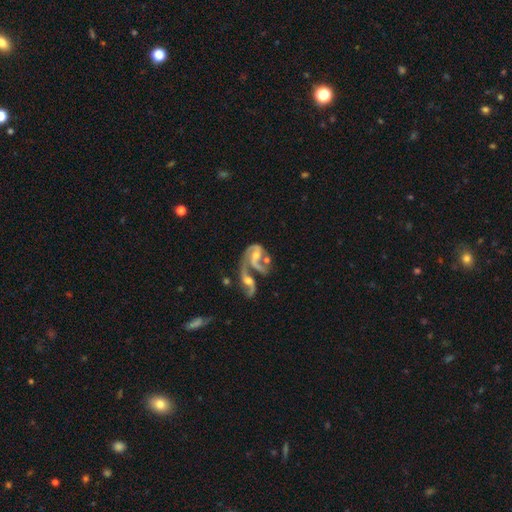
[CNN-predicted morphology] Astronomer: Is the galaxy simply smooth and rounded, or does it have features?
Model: featured or disk — 80%.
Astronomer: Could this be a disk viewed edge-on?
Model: no — 97%.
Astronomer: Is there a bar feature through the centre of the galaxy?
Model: no — 52% (runner-up: weak, 35%).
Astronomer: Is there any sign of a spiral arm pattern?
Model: yes — 87%.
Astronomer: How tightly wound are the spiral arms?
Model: loose — 53% (runner-up: medium, 37%).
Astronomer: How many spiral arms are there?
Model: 2 — 64%.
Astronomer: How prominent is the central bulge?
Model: moderate — 49% (runner-up: small, 35%).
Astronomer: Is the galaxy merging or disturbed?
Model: merger — 62%.